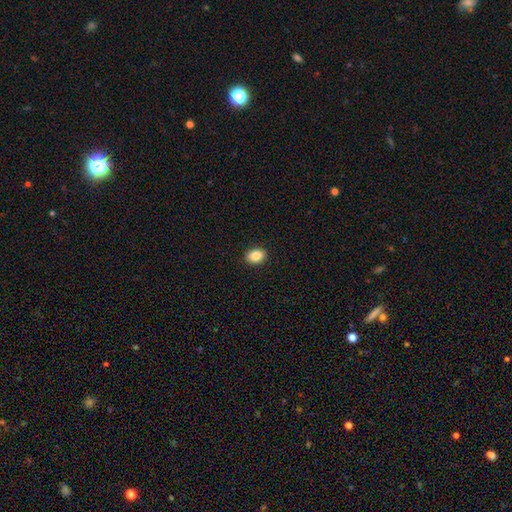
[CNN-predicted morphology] Smooth or featured: smooth — 86% (star or artifact — 9%)
How rounded: in between — 66% (round — 33%)
Merging: none — 91% (minor disturbance — 6%)